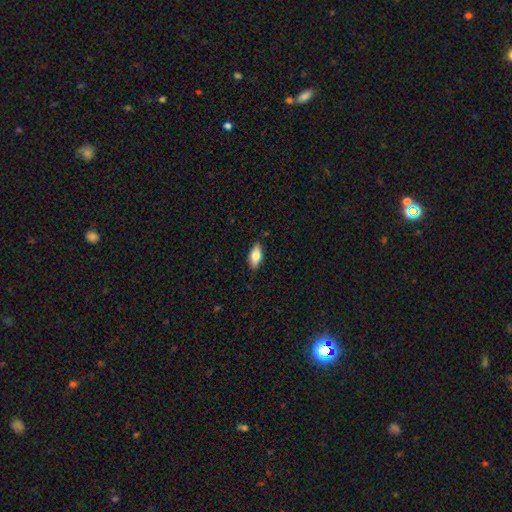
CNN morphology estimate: This appears to be a smooth galaxy with no disk features (73%) that is in between round and cigar-shaped (83%). Merging: none (86%).